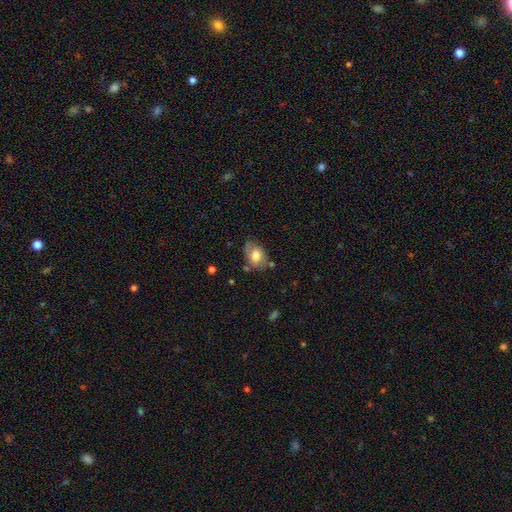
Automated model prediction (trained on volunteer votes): smooth-or-featured: smooth: 67% | featured or disk: 25% | star or artifact: 8%
  how-rounded: in between: 82% | round: 16% | cigar-shaped: 1%
  merging: none: 59% | minor disturbance: 27% | major disturbance: 9% | merger: 5%